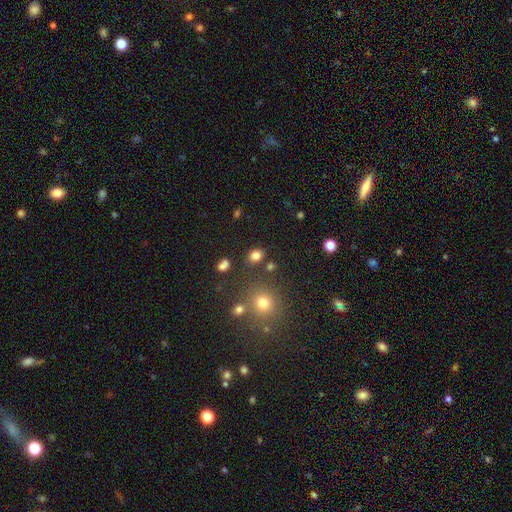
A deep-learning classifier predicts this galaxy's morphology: smooth-or-featured: smooth: 80% | star or artifact: 14% | featured or disk: 6%
  how-rounded: in between: 58% | round: 41% | cigar-shaped: 1%
  merging: none: 80% | minor disturbance: 11% | merger: 6% | major disturbance: 4%